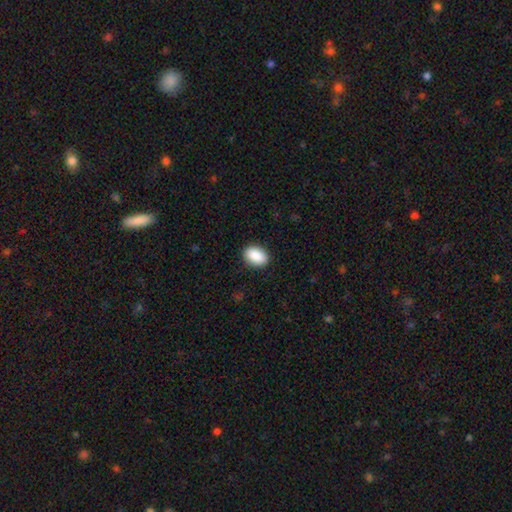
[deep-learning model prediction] Overall: smooth (90%). How rounded: in between (85%). Merging: none (89%).